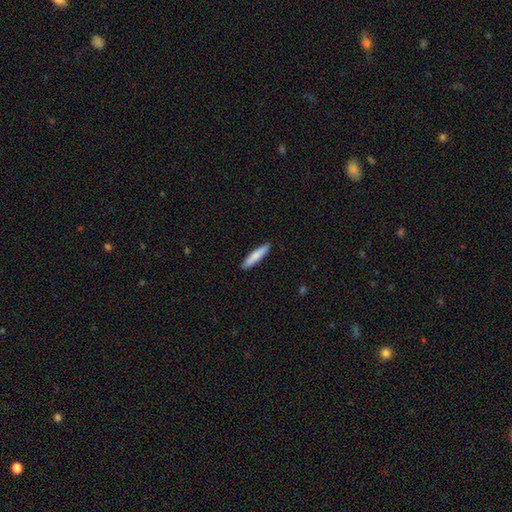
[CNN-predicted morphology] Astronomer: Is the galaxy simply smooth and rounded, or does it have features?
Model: smooth — 81%.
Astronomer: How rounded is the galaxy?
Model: cigar-shaped — 89%.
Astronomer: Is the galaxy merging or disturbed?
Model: none — 91%.